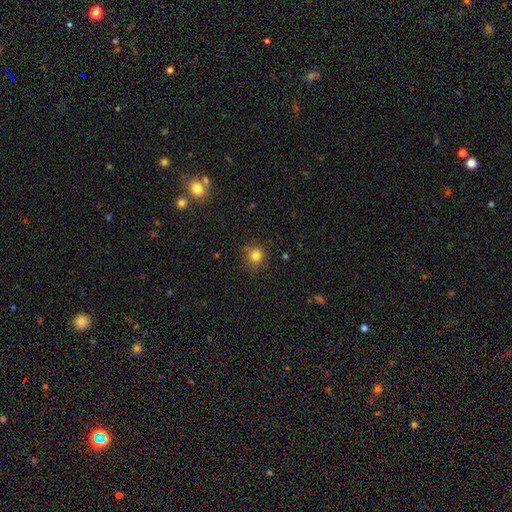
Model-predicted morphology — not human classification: The model was most divided on "merging": none: 80%, minor disturbance: 13%, merger: 3%, major disturbance: 3%. More confident: how rounded — round (88%); smooth or featured — smooth (81%).